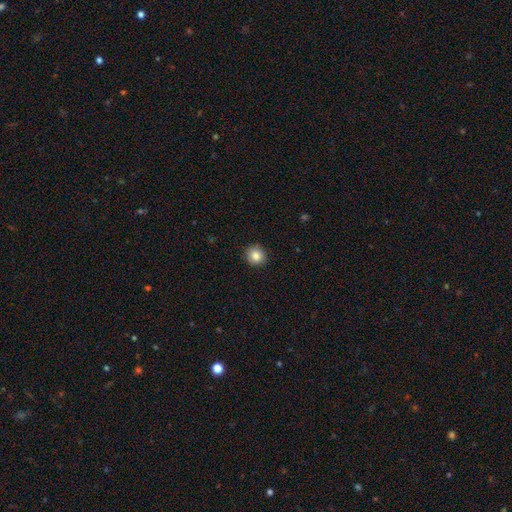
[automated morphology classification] The model was most divided on "smooth or featured": smooth: 85%, star or artifact: 9%, featured or disk: 6%. More confident: merging — none (89%); how rounded — round (89%).